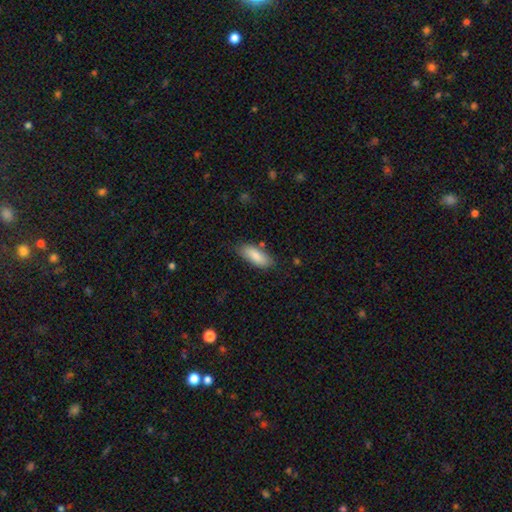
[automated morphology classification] Smooth or featured: smooth — 86% (featured or disk — 8%)
How rounded: in between — 79% (cigar-shaped — 19%)
Merging: none — 75% (minor disturbance — 18%)